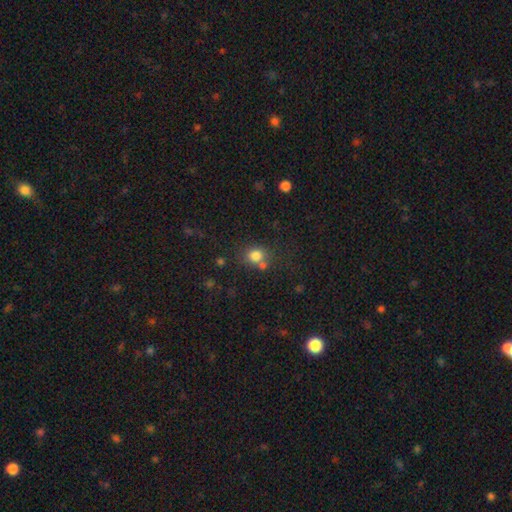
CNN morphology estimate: This appears to be a smooth galaxy with no disk features (80%) that is round (73%). Merging: none (62%).